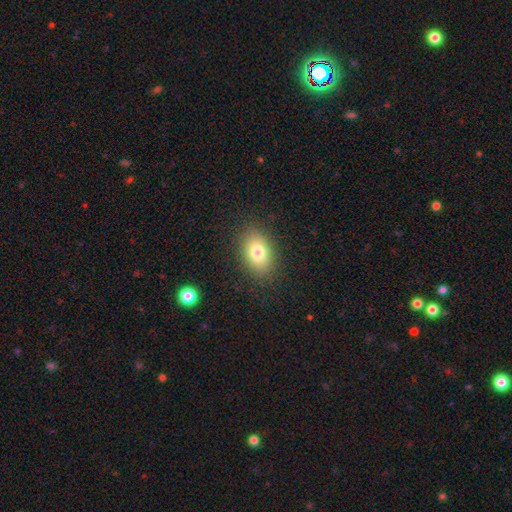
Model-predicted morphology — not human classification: This appears to be a smooth galaxy with no disk features (78%) that is in between round and cigar-shaped (84%). Merging: none (87%).